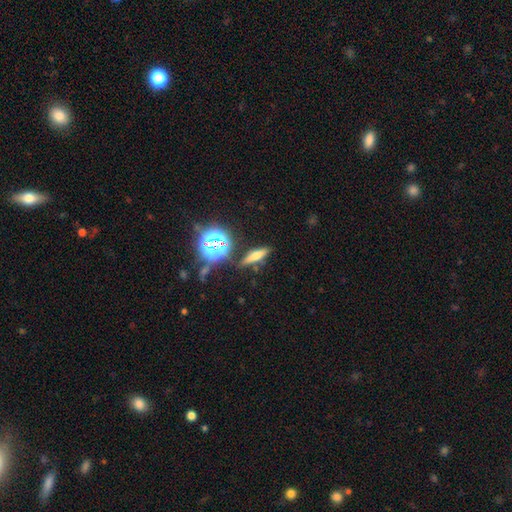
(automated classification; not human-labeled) Smooth or featured? smooth (49%)
Merging? none (82%)